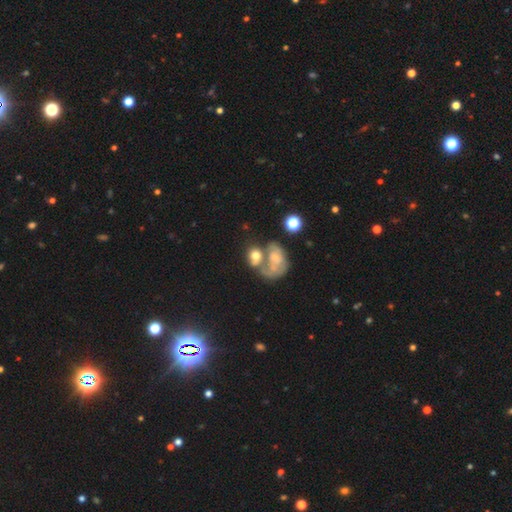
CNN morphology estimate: A smooth galaxy with no disk features (52%) that is in between round and cigar-shaped (53%). Merging: merger (48%).